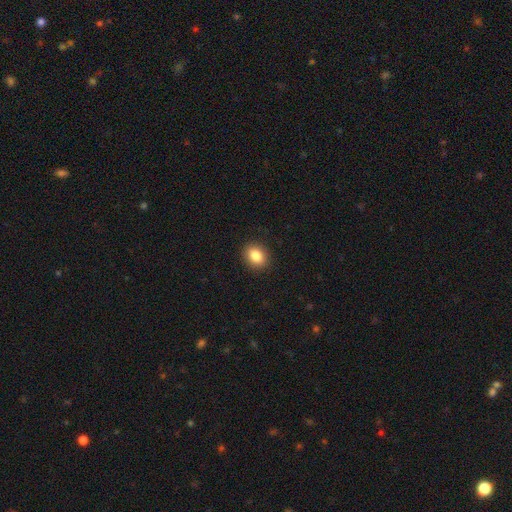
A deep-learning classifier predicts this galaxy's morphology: type=smooth (85%); roundness=in between (54%); merging=none (90%).